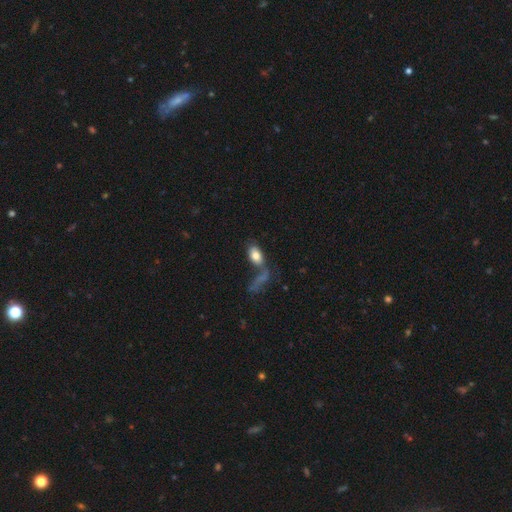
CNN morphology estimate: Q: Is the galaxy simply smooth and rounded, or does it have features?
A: smooth — 76%.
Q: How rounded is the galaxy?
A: in between — 90%.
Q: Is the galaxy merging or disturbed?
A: none — 38%.